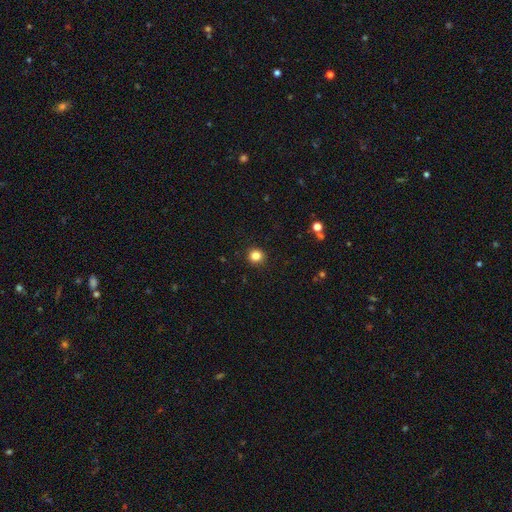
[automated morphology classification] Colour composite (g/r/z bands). It shows a smooth galaxy with no disk features (84%) that is round (92%). Merging: none (92%).